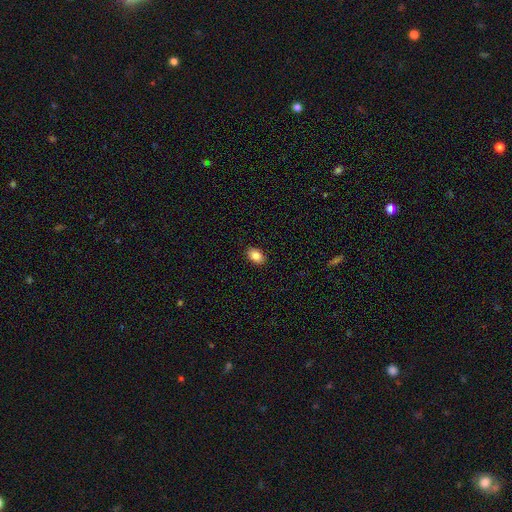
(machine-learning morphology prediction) Overall: smooth (85%). How rounded: in between (86%). Merging: none (89%).